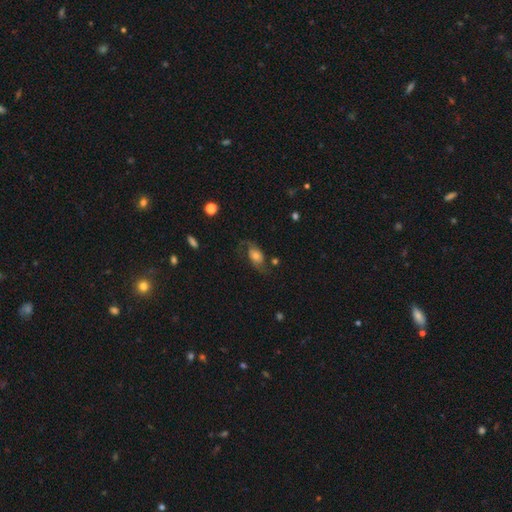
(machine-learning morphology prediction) smooth_or_featured: featured or disk (p=0.66) [alt: smooth p=0.25]
disk_edge_on: no (p=0.94) [alt: yes p=0.06]
bar: no (p=0.66) [alt: weak p=0.27]
has_spiral_arms: yes (p=0.90) [alt: no p=0.10]
spiral_winding: loose (p=0.63) [alt: medium p=0.29]
spiral_arm_count: 2 (p=0.89) [alt: can't tell p=0.04]
bulge_size: moderate (p=0.46) [alt: small p=0.23]
merging: none (p=0.63) [alt: minor disturbance p=0.18]